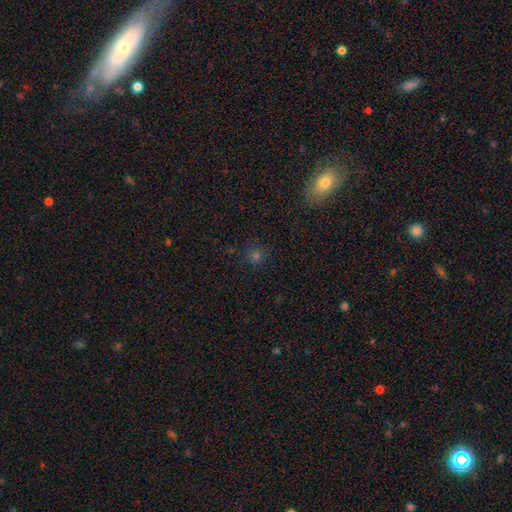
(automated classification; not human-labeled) Morphology: type=smooth (64%); roundness=round (91%); merging=none (85%).